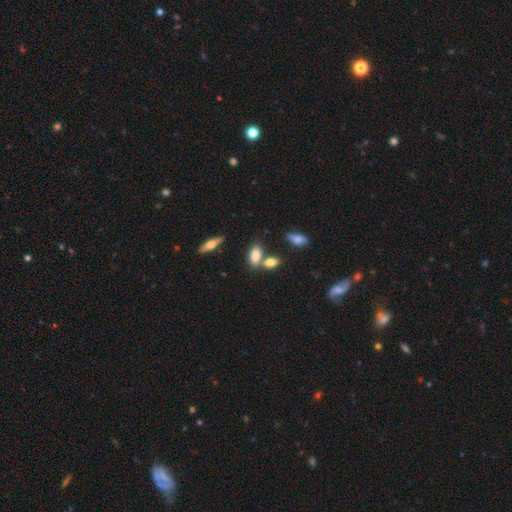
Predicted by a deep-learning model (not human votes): Smooth or featured? smooth (78%)
How rounded? in between (86%)
Merging? none (53%)